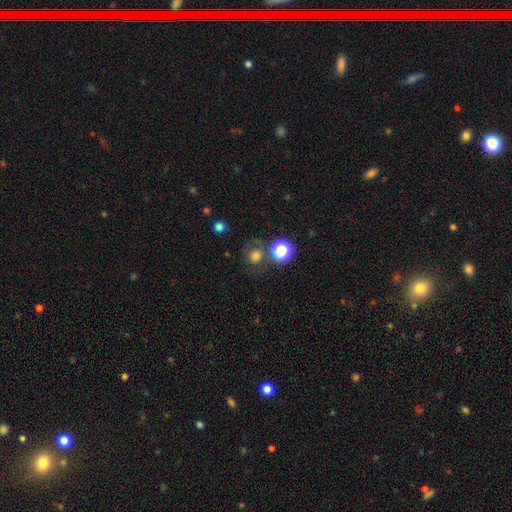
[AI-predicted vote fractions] Smooth or featured?
  - smooth: 73% *
  - star or artifact: 18%
  - featured or disk: 9%
How rounded?
  - round: 88% *
  - in between: 11%
  - cigar-shaped: 1%
Merging?
  - none: 65% *
  - merger: 14%
  - minor disturbance: 13%
  - major disturbance: 8%